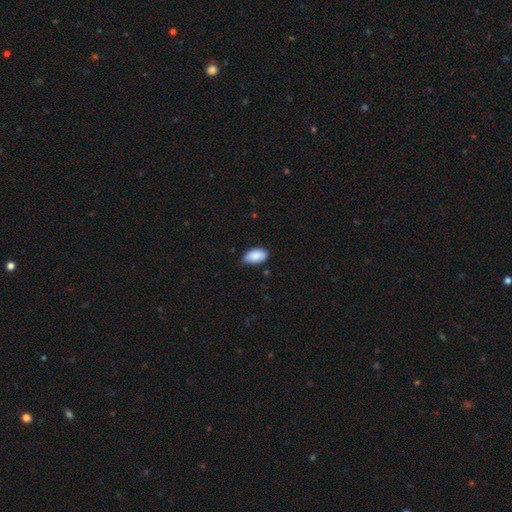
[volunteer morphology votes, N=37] This appears to be a smooth galaxy with no disk features (92%) that is in between round and cigar-shaped (97%). Merging: none (75%).